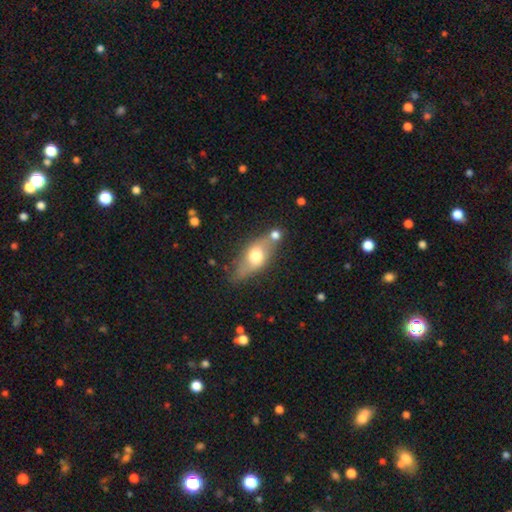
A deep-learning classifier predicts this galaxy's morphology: smooth-or-featured: smooth: 56% | featured or disk: 36% | star or artifact: 7%
  how-rounded: in between: 71% | cigar-shaped: 21% | round: 8%
  merging: none: 64% | minor disturbance: 18% | merger: 13% | major disturbance: 5%